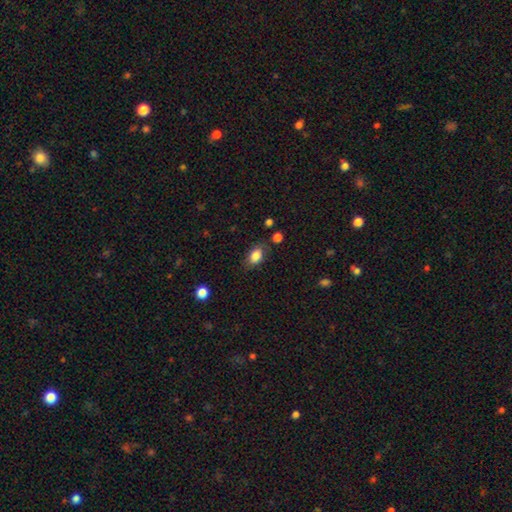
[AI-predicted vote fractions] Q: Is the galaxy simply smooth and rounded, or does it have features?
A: smooth — 84%.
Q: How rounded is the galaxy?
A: in between — 85%.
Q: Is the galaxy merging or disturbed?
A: none — 76%.